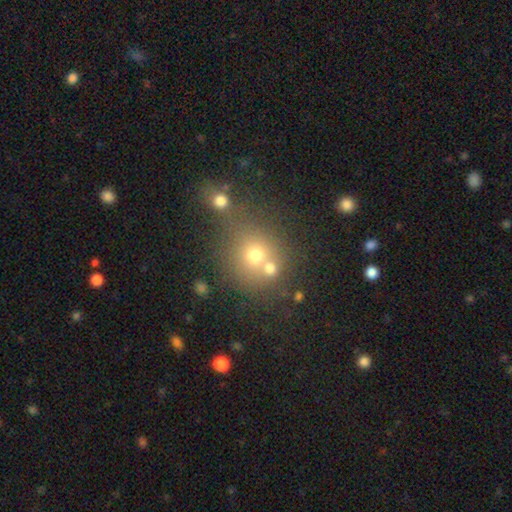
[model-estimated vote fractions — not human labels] Overall: smooth (65%). How rounded: round (85%). Merging: none (50%; merger 34%).